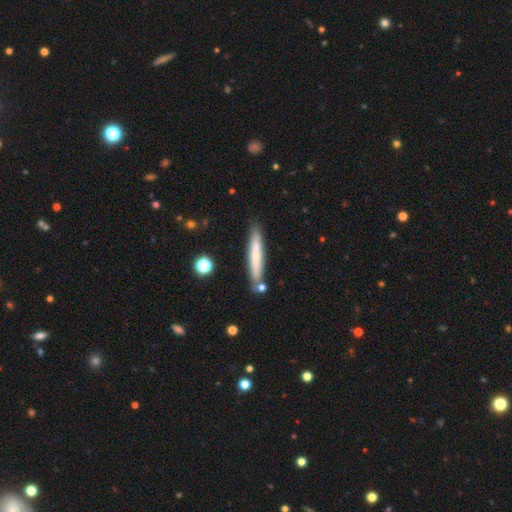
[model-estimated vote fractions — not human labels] Smooth or featured?
  - smooth: 65% *
  - featured or disk: 29%
  - star or artifact: 6%
How rounded?
  - cigar-shaped: 94% *
  - in between: 5%
  - round: 1%
Merging?
  - none: 81% *
  - minor disturbance: 11%
  - merger: 6%
  - major disturbance: 2%